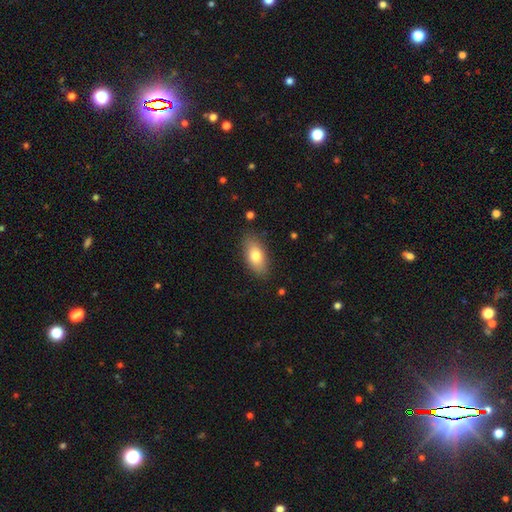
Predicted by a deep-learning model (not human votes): Smooth or featured? Predicted: smooth (p=0.78). How rounded? Predicted: in between (p=0.88). Merging? Predicted: none (p=0.83).